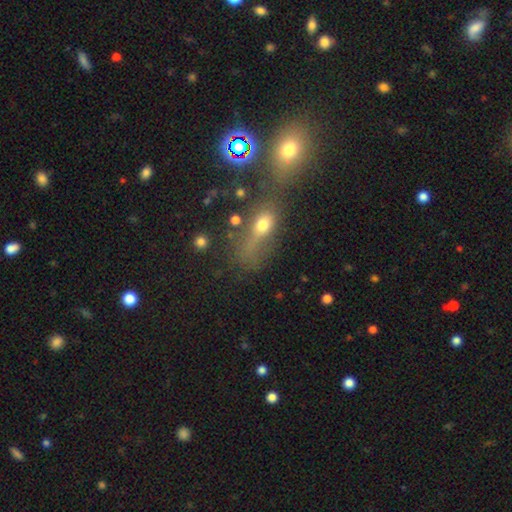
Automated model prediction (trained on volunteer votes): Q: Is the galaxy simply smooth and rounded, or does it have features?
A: smooth — 46%.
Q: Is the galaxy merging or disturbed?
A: none — 41%.